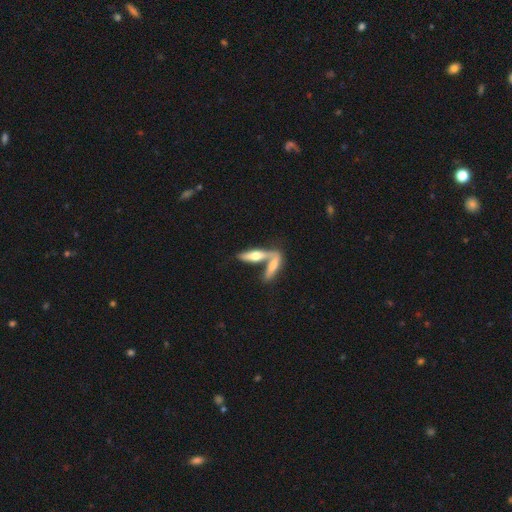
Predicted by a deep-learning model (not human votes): Q: Smooth or featured?
A: smooth (50%); runner-up: featured or disk (44%)
Q: How rounded?
A: cigar-shaped (60%); runner-up: in between (38%)
Q: Merging?
A: merger (55%); runner-up: none (34%)